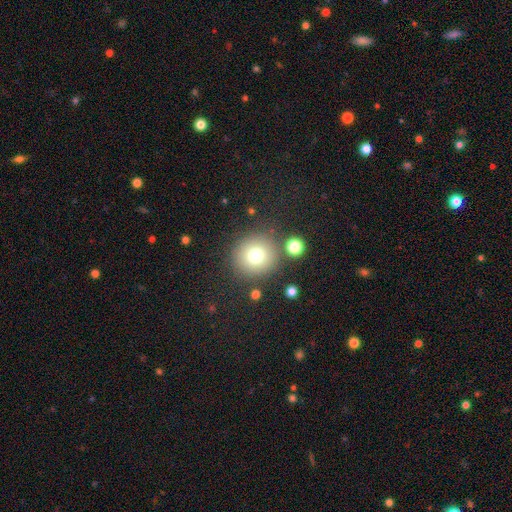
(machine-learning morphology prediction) type=smooth (75%); roundness=round (92%); merging=none (83%).